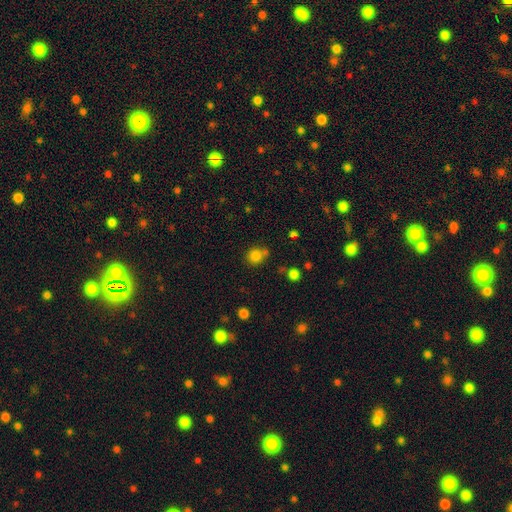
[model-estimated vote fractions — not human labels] A smooth galaxy with no disk features (81%) that is round (83%). Merging: none (66%).